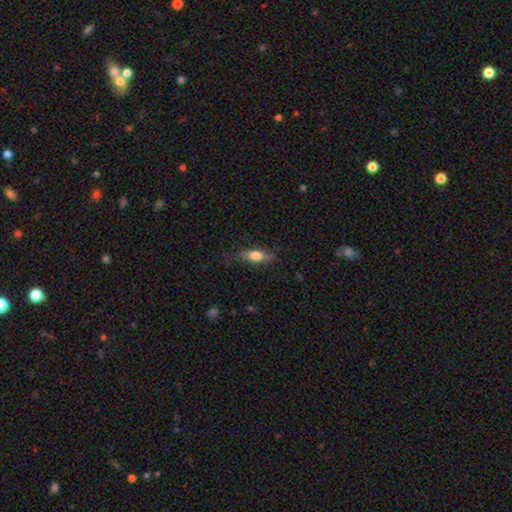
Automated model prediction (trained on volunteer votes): Smooth or featured?
  - smooth: 70% *
  - featured or disk: 23%
  - star or artifact: 7%
How rounded?
  - in between: 61% *
  - cigar-shaped: 36%
  - round: 3%
Merging?
  - none: 72% *
  - minor disturbance: 20%
  - major disturbance: 6%
  - merger: 1%